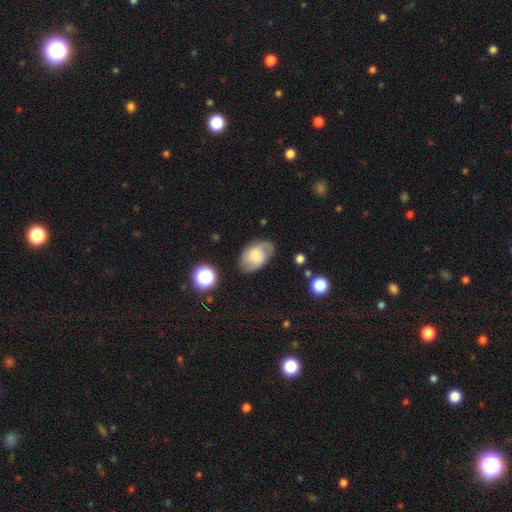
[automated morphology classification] A smooth galaxy with no disk features (51%) that is in between round and cigar-shaped (87%).

Vote fractions:
- Smooth or featured? smooth: 51% / featured or disk: 39% / star or artifact: 10%
- How rounded? in between: 87% / round: 11% / cigar-shaped: 1%
- Merging? none: 70% / minor disturbance: 21% / major disturbance: 7% / merger: 2%